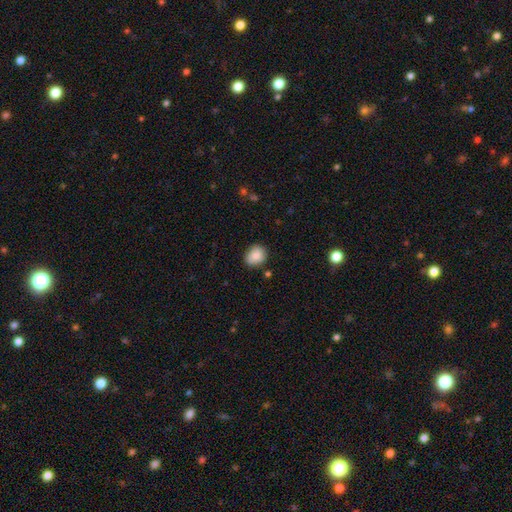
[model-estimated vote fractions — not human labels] smooth-or-featured: smooth: 85% | star or artifact: 8% | featured or disk: 7%
  how-rounded: round: 62% | in between: 37% | cigar-shaped: 1%
  merging: none: 81% | minor disturbance: 14% | major disturbance: 3% | merger: 3%